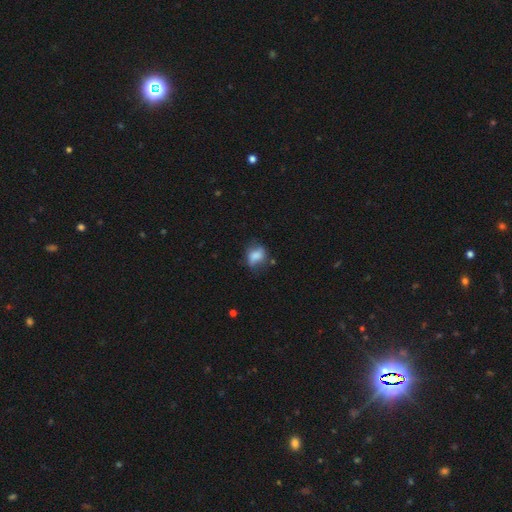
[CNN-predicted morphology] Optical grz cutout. It shows a smooth galaxy with no disk features (75%) that is in between round and cigar-shaped (63%). Merging: none (53%).